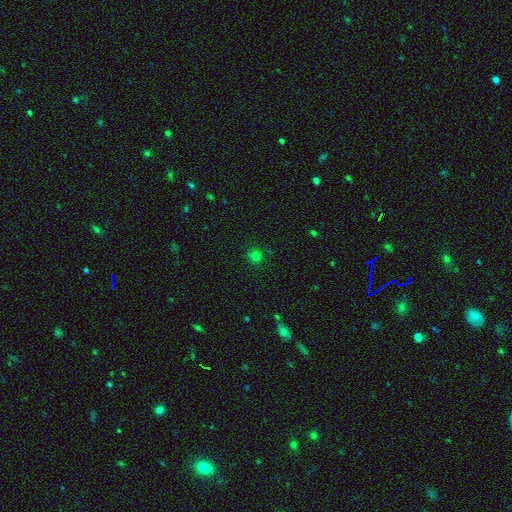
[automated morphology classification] This appears to be a smooth galaxy with no disk features (71%) that is round (83%). Merging: none (83%).